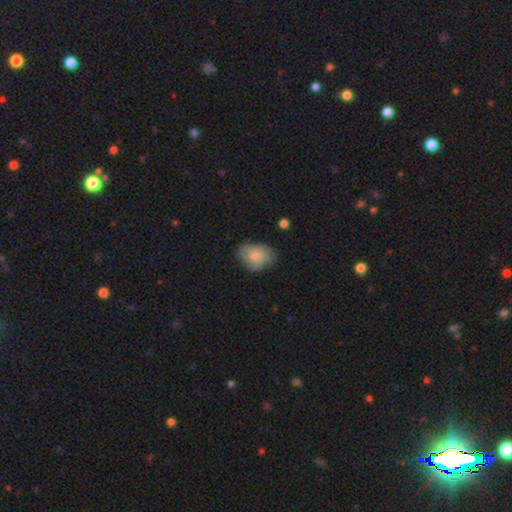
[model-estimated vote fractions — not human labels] smooth_or_featured: smooth (p=0.67) [alt: featured or disk p=0.26]
how_rounded: in between (p=0.71) [alt: round p=0.28]
merging: none (p=0.61) [alt: minor disturbance p=0.30]